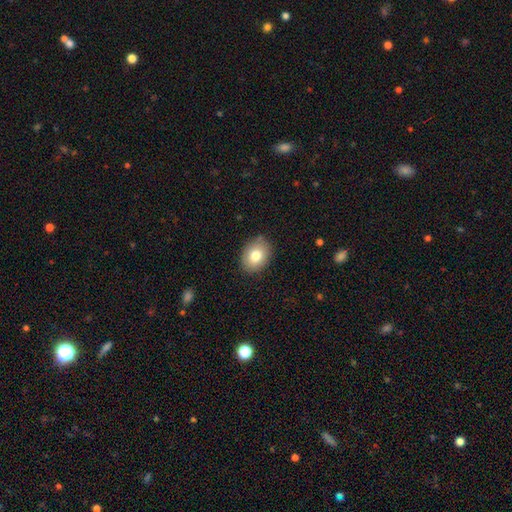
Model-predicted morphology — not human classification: Q: Smooth or featured?
A: smooth (79%); runner-up: featured or disk (12%)
Q: How rounded?
A: in between (66%); runner-up: round (33%)
Q: Merging?
A: none (84%); runner-up: minor disturbance (12%)